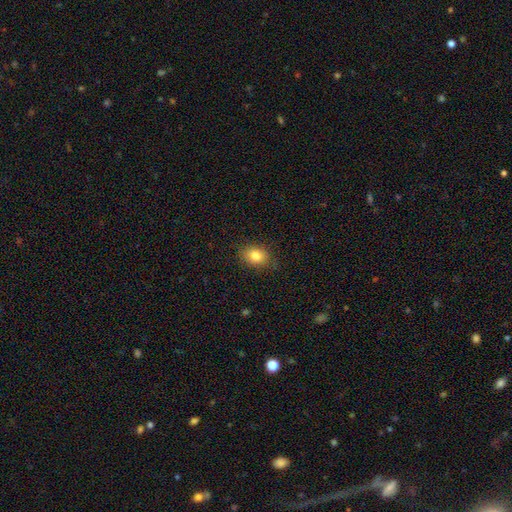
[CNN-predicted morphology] Smooth or featured: smooth — 83% (star or artifact — 10%)
How rounded: in between — 62% (round — 37%)
Merging: none — 85% (minor disturbance — 12%)